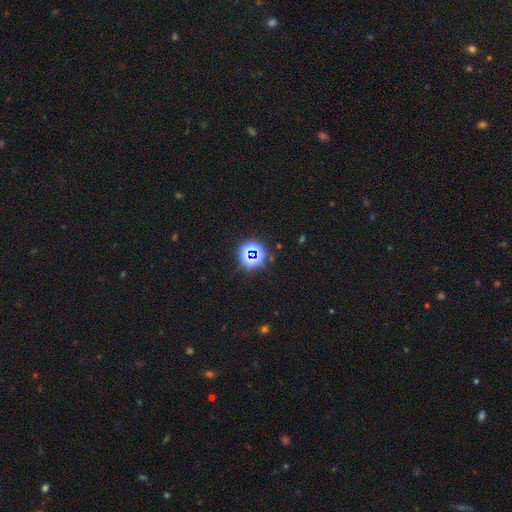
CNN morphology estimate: This is likely a star or artifact rather than a galaxy (72%).